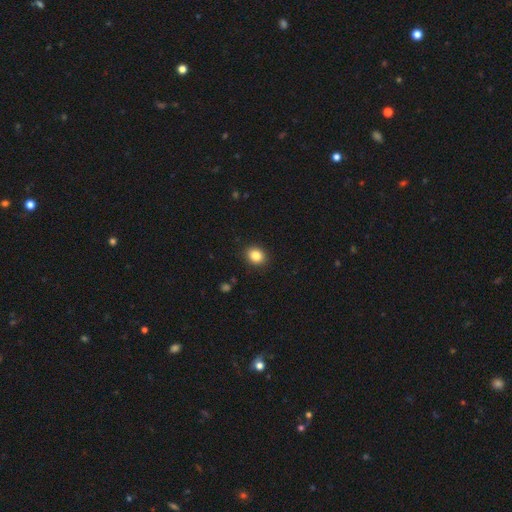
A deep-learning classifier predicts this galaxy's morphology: This appears to be a smooth galaxy with no disk features (84%) that is round (61%). Merging: none (91%).